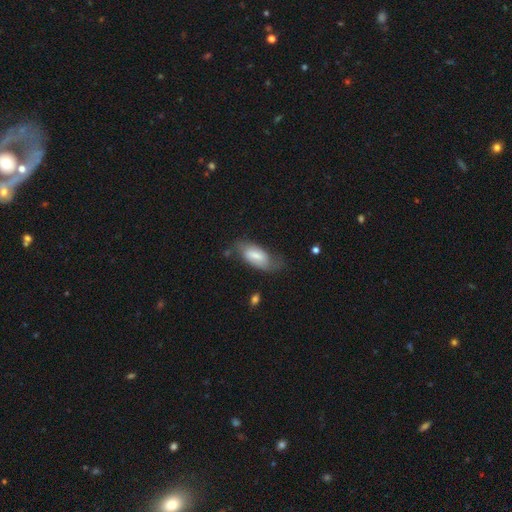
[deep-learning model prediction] smooth_or_featured: smooth (p=0.58) [alt: featured or disk p=0.35]
how_rounded: in between (p=0.87) [alt: cigar-shaped p=0.10]
merging: none (p=0.55) [alt: minor disturbance p=0.29]